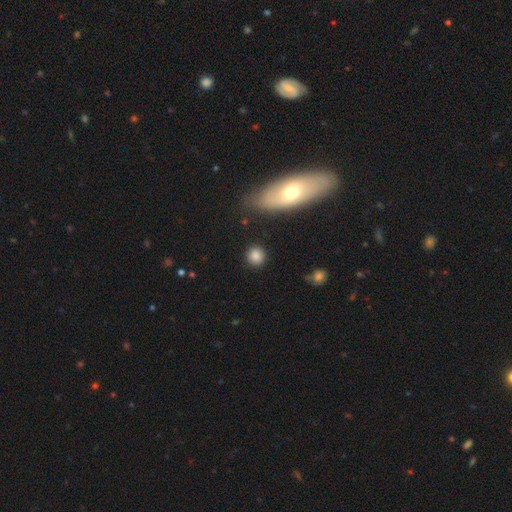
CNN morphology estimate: smooth_or_featured: smooth (p=0.84) [alt: star or artifact p=0.10]
how_rounded: round (p=0.90) [alt: in between p=0.08]
merging: none (p=0.87) [alt: minor disturbance p=0.08]